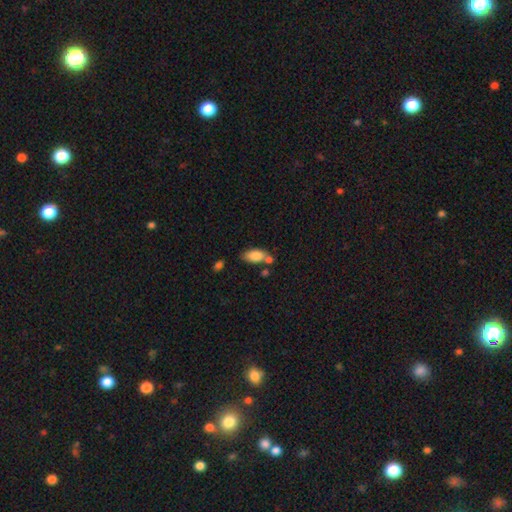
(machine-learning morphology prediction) This appears to be a smooth galaxy with no disk features (83%) that is in between round and cigar-shaped (90%). Merging: none (53%).